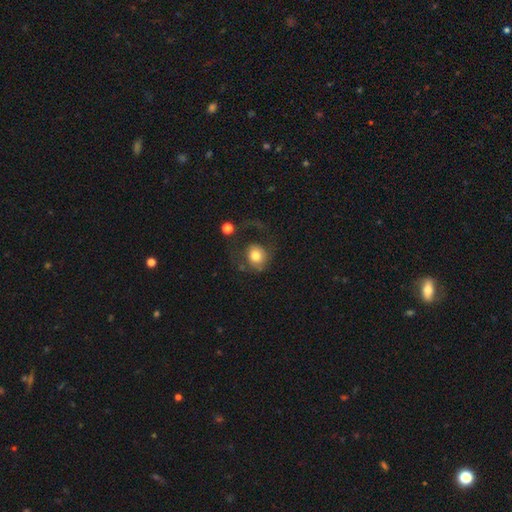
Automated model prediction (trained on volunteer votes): This is likely a smooth galaxy (74%). How rounded: likely round (79%). Merging: marginally none (41%).